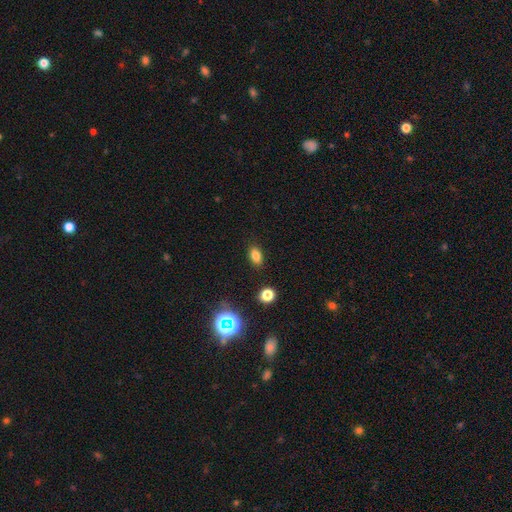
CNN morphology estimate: type=smooth (78%); roundness=in between (84%); merging=none (87%).